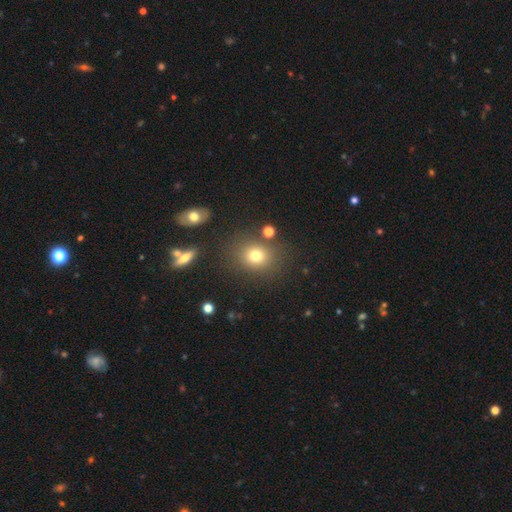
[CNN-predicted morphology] The model was most divided on "how rounded": round: 69%, in between: 30%, cigar-shaped: 1%. More confident: merging — none (80%); smooth or featured — smooth (75%).